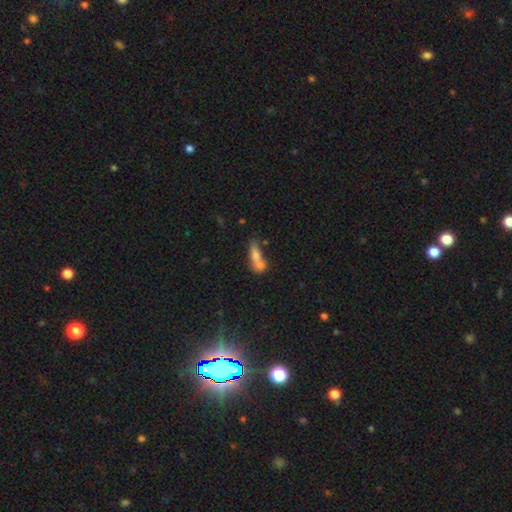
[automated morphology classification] Smooth or featured: smooth — 69% (featured or disk — 21%)
How rounded: in between — 52% (cigar-shaped — 42%)
Merging: merger — 49% (none — 31%)